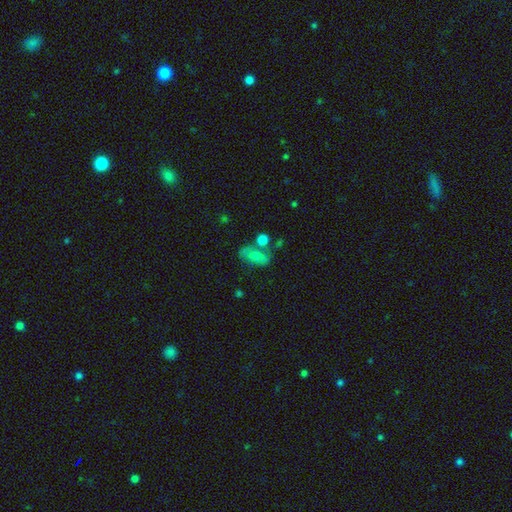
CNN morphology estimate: smooth_or_featured: smooth (p=0.57) [alt: featured or disk p=0.30]
how_rounded: in between (p=0.81) [alt: round p=0.14]
merging: none (p=0.49) [alt: merger p=0.22]